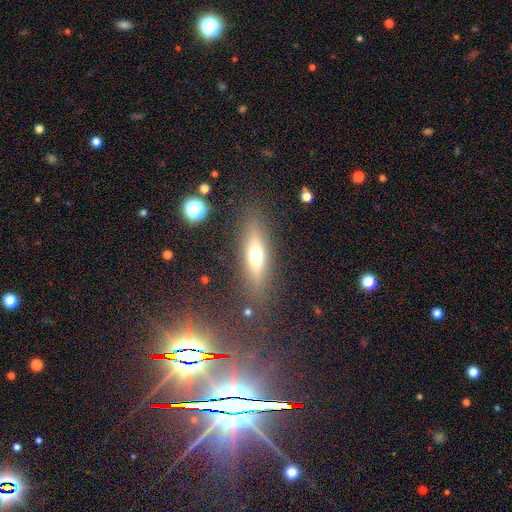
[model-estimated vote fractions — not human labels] Smooth or featured?
  - smooth: 53% *
  - featured or disk: 37%
  - star or artifact: 10%
How rounded?
  - cigar-shaped: 58% *
  - in between: 38%
  - round: 4%
Merging?
  - none: 84% *
  - minor disturbance: 10%
  - major disturbance: 4%
  - merger: 2%